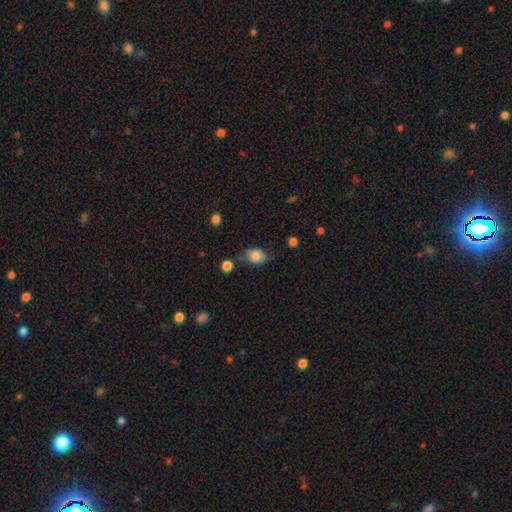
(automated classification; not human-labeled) This is clearly a smooth galaxy (80%). How rounded: likely in between (68%). Merging: likely none (61%).